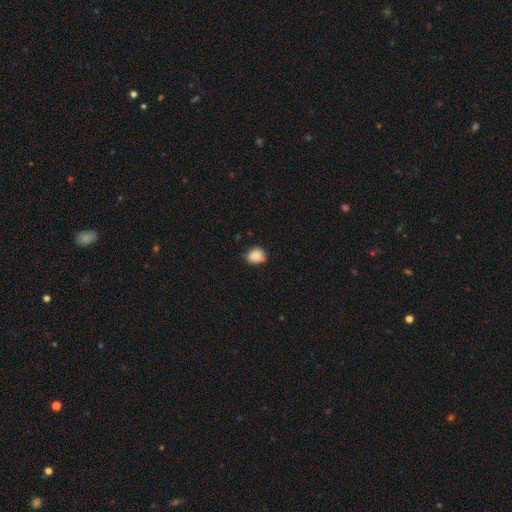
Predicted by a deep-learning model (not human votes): smooth_or_featured: smooth (p=0.87) [alt: star or artifact p=0.09]
how_rounded: round (p=0.61) [alt: in between p=0.38]
merging: none (p=0.65) [alt: minor disturbance p=0.29]